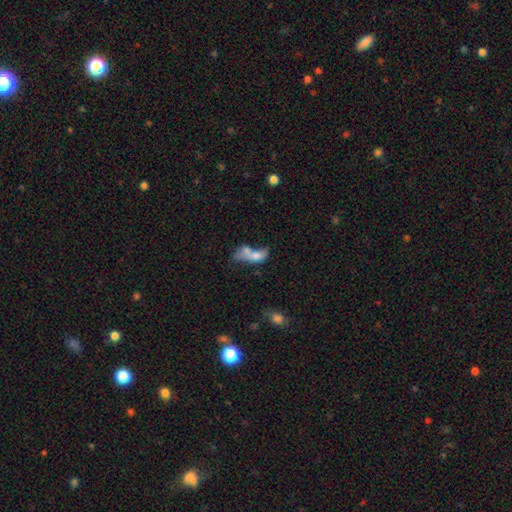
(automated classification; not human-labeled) Smooth or featured? Predicted: smooth (p=0.60). How rounded? Predicted: in between (p=0.71). Merging? Predicted: merger (p=0.62).